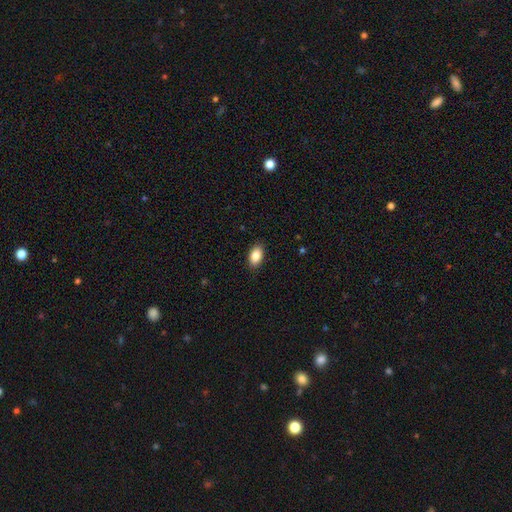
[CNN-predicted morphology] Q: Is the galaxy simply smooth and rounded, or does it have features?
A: smooth — 86%.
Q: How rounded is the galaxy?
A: in between — 91%.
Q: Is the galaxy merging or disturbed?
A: none — 88%.